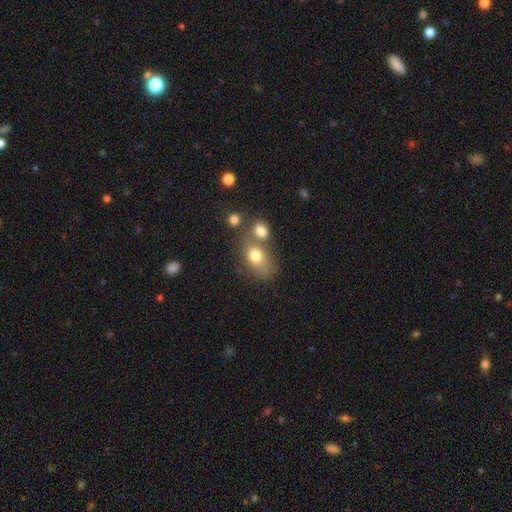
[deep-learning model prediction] smooth-or-featured: smooth: 76% | featured or disk: 14% | star or artifact: 10%
  how-rounded: in between: 75% | round: 23% | cigar-shaped: 2%
  merging: none: 39% (tied) | merger: 39% (tied) | minor disturbance: 14% | major disturbance: 8%